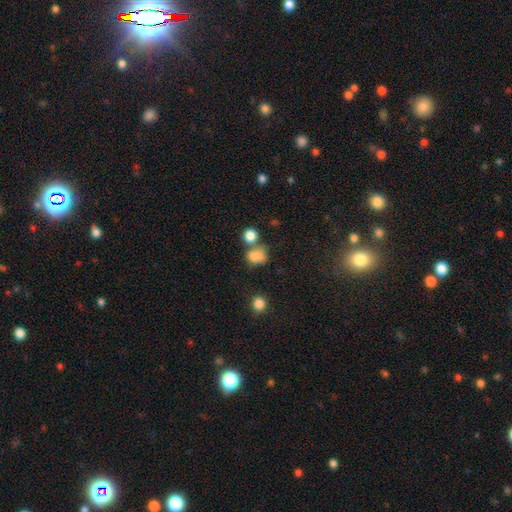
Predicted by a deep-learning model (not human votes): Smooth or featured? smooth (78%)
How rounded? round (55%)
Merging? none (40%)